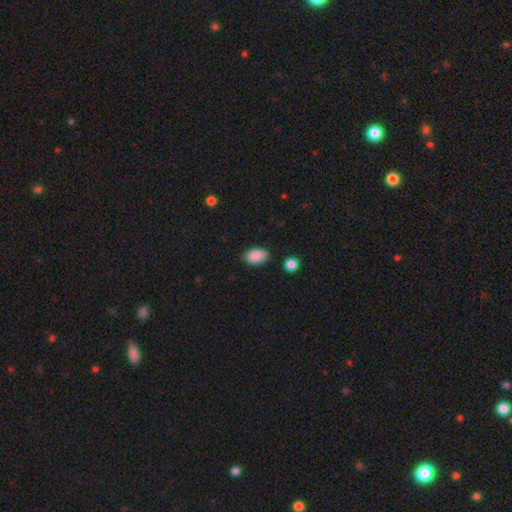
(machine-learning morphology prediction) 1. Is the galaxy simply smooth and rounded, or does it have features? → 89% smooth, 7% star or artifact, 3% featured or disk.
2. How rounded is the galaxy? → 91% in between, 7% round, 2% cigar-shaped.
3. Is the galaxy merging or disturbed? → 82% none, 13% minor disturbance, 3% major disturbance, 2% merger.